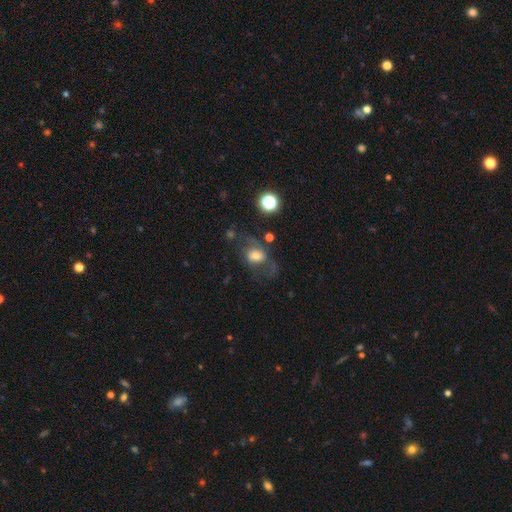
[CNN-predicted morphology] Smooth or featured? Predicted: smooth (p=0.50). Merging? Predicted: none (p=0.42).